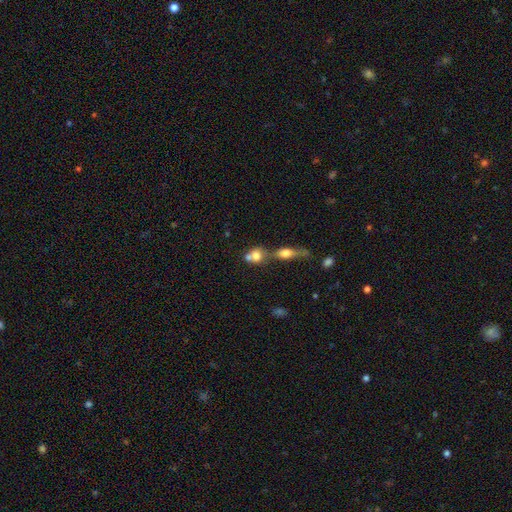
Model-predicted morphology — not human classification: Smooth or featured: smooth — 73% (featured or disk — 17%)
How rounded: round — 61% (in between — 35%)
Merging: merger — 59% (none — 28%)